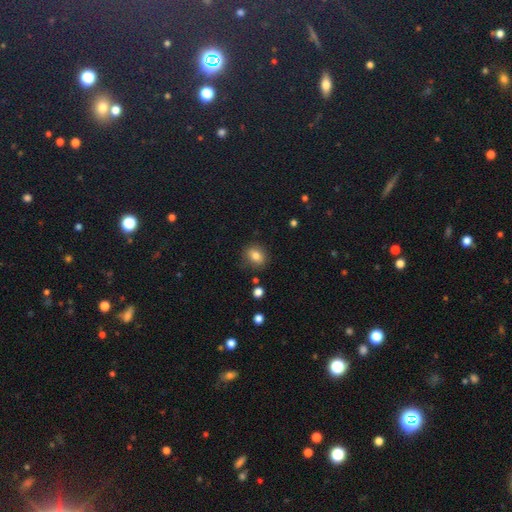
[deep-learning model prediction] A smooth galaxy with no disk features (81%) that is round (50%).

Vote fractions:
- Smooth or featured? smooth: 81% / star or artifact: 10% / featured or disk: 8%
- How rounded? round: 50% / in between: 49% / cigar-shaped: 1%
- Merging? none: 81% / minor disturbance: 14% / major disturbance: 3% / merger: 2%